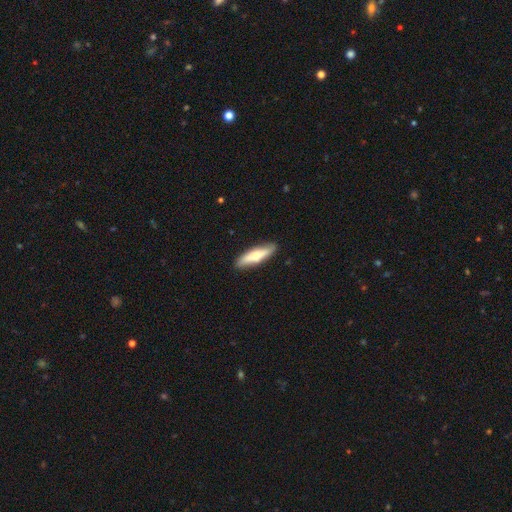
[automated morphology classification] This appears to be a smooth galaxy with no disk features (63%) that is cigar-shaped (73%). Merging: none (87%).